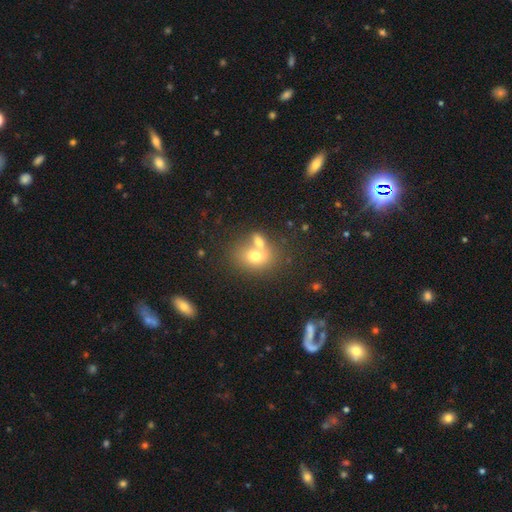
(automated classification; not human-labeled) This is likely a smooth galaxy (68%). How rounded: possibly in between (52%). Merging: possibly merger (49%).